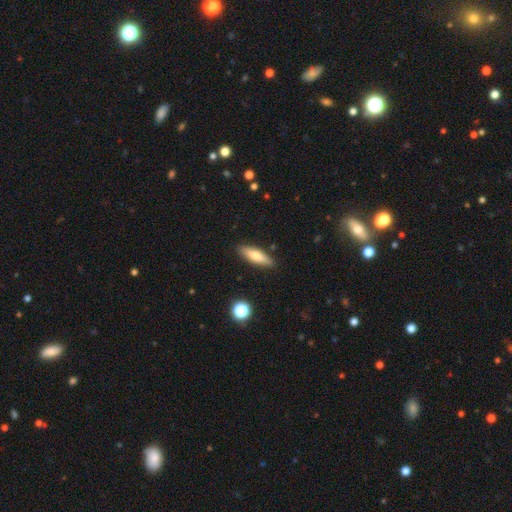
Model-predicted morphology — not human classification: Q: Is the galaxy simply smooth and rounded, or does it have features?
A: smooth — 70%.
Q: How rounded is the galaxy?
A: cigar-shaped — 54%.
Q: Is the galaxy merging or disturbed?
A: none — 87%.